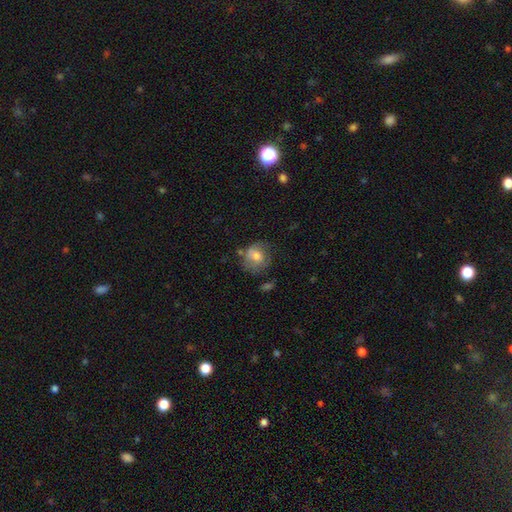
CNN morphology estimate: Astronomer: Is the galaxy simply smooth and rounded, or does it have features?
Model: smooth — 64%.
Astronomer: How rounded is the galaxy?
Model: round — 72%.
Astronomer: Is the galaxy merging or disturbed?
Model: none — 52%.